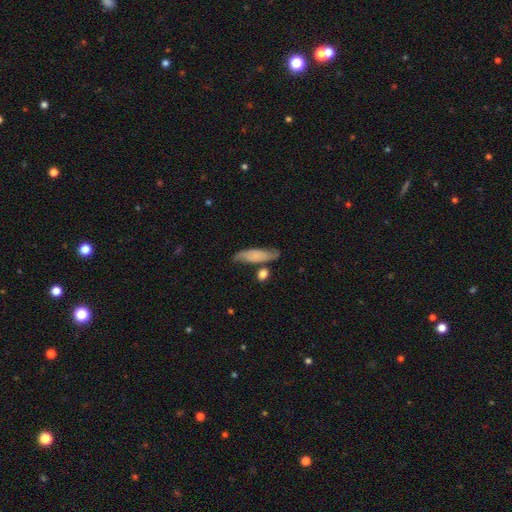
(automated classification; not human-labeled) This is possibly a smooth galaxy (51%). How rounded: possibly in between (49%). Merging: likely none (63%).